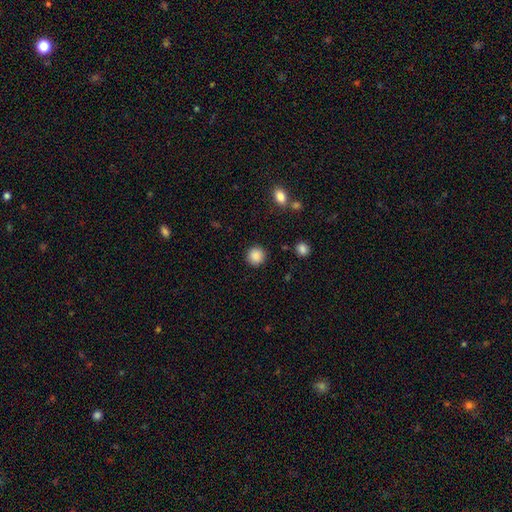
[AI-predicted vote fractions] smooth_or_featured: smooth (p=0.88) [alt: star or artifact p=0.09]
how_rounded: round (p=0.93) [alt: in between p=0.06]
merging: none (p=0.90) [alt: minor disturbance p=0.06]